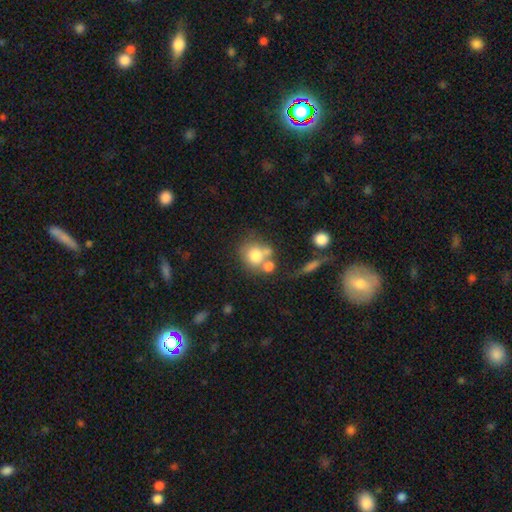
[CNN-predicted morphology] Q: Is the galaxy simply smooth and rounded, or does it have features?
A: smooth — 73%.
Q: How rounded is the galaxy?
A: round — 77%.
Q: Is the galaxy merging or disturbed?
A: none — 42%.